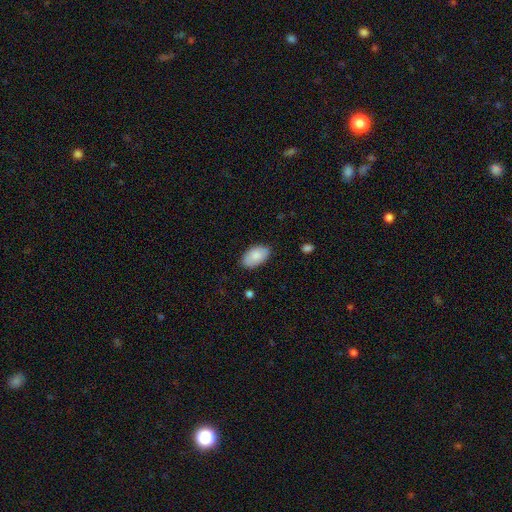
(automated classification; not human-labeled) Q: Smooth or featured?
A: smooth (85%); runner-up: featured or disk (9%)
Q: How rounded?
A: in between (94%); runner-up: round (4%)
Q: Merging?
A: none (83%); runner-up: minor disturbance (13%)